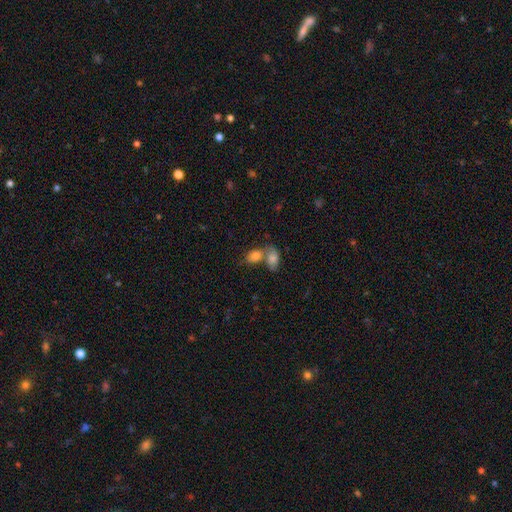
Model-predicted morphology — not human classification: smooth-or-featured: smooth: 80% | featured or disk: 10% | star or artifact: 10%
  how-rounded: in between: 81% | round: 17% | cigar-shaped: 2%
  merging: merger: 52% | none: 34% | minor disturbance: 10% | major disturbance: 4%